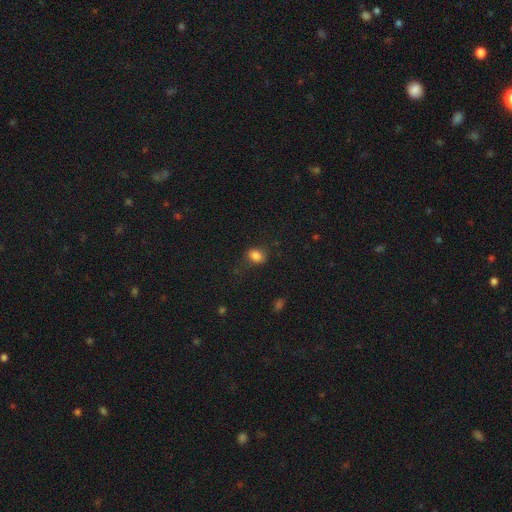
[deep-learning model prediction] A smooth galaxy with no disk features (83%) that is in between round and cigar-shaped (66%). Merging: none (74%).